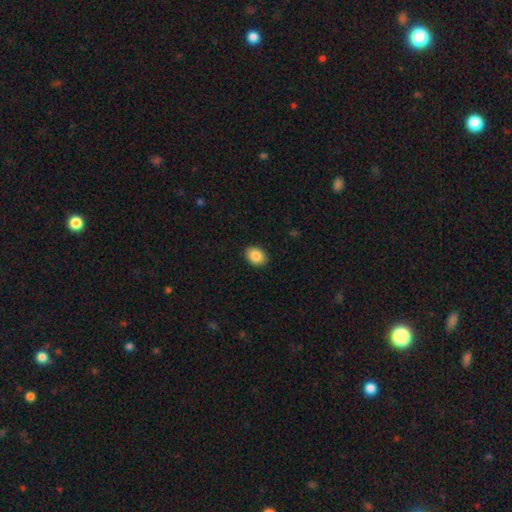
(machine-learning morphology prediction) Smooth or featured?
  - smooth: 87% *
  - star or artifact: 8%
  - featured or disk: 5%
How rounded?
  - in between: 69% *
  - round: 30%
  - cigar-shaped: 1%
Merging?
  - none: 90% *
  - minor disturbance: 8%
  - major disturbance: 2%
  - merger: 1%